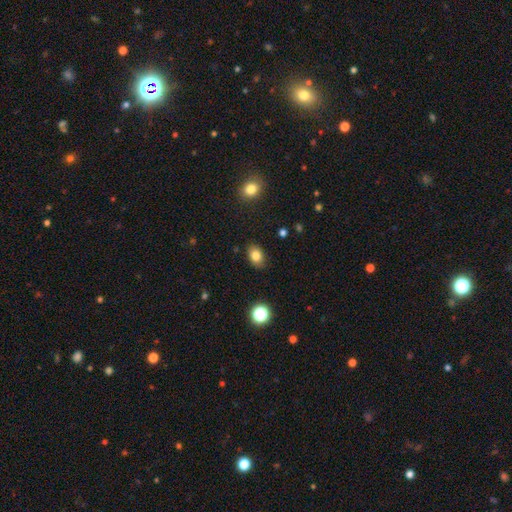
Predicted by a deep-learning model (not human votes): Morphology: type=smooth (82%); roundness=in between (76%); merging=none (86%).